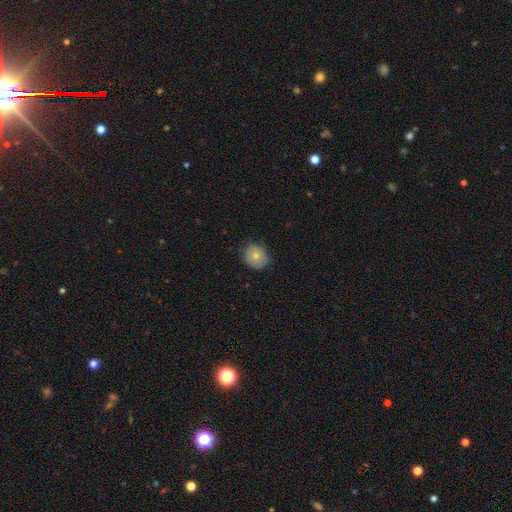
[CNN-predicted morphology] Q: Smooth or featured?
A: smooth (73%); runner-up: featured or disk (18%)
Q: How rounded?
A: round (75%); runner-up: in between (24%)
Q: Merging?
A: none (74%); runner-up: minor disturbance (21%)